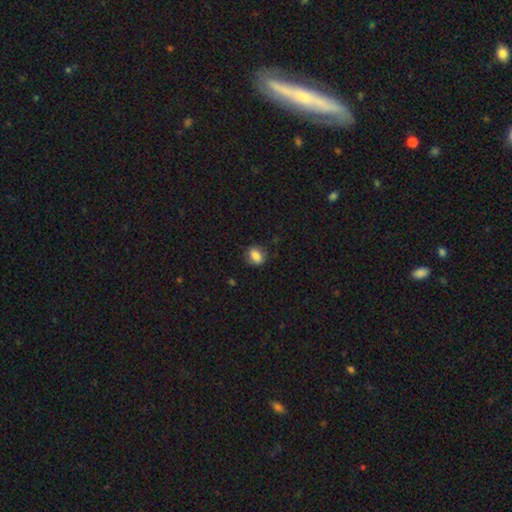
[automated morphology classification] Smooth or featured?
  - smooth: 83% *
  - star or artifact: 9%
  - featured or disk: 9%
How rounded?
  - in between: 55% *
  - round: 43%
  - cigar-shaped: 2%
Merging?
  - none: 77% *
  - minor disturbance: 17%
  - major disturbance: 5%
  - merger: 1%